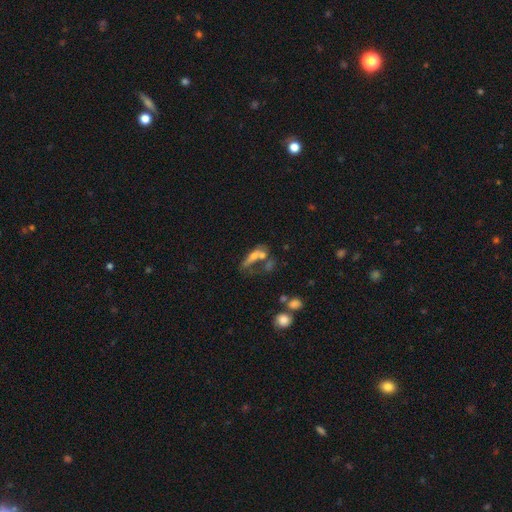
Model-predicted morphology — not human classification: smooth_or_featured: smooth (p=0.46) [alt: featured or disk p=0.40]
merging: merger (p=0.43) [alt: none p=0.24]